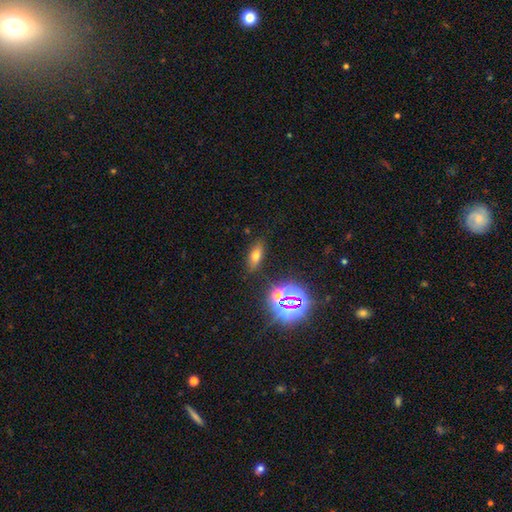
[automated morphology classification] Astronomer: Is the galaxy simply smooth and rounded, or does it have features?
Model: smooth — 59%.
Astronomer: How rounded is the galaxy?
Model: in between — 71%.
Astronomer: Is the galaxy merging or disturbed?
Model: none — 83%.